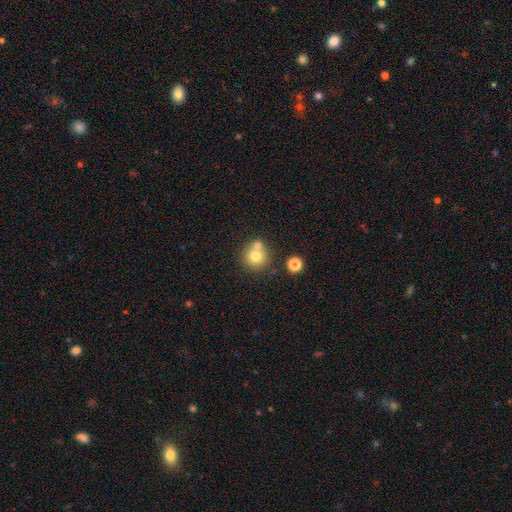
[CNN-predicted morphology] Q: Smooth or featured?
A: smooth (75%); runner-up: featured or disk (13%)
Q: How rounded?
A: round (91%); runner-up: in between (8%)
Q: Merging?
A: none (57%); runner-up: merger (32%)